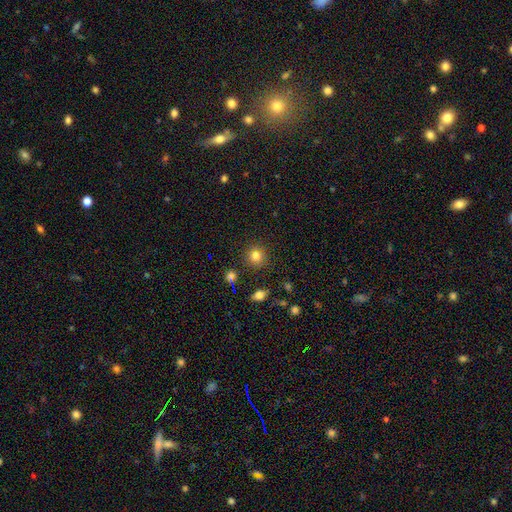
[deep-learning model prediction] A smooth galaxy with no disk features (79%) that is round (90%).

Vote fractions:
- Smooth or featured? smooth: 79% / star or artifact: 14% / featured or disk: 7%
- How rounded? round: 90% / in between: 9% / cigar-shaped: 1%
- Merging? none: 85% / minor disturbance: 8% / merger: 4% / major disturbance: 3%